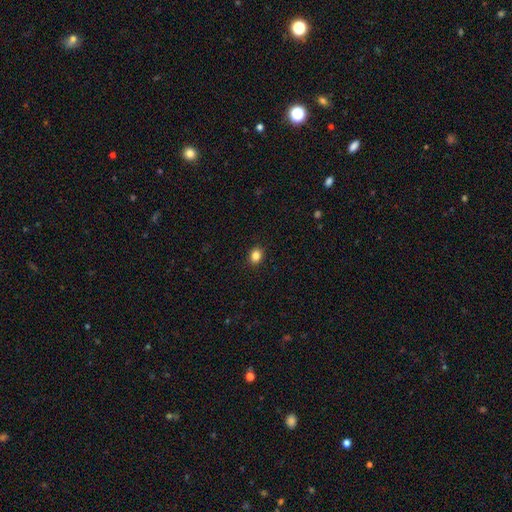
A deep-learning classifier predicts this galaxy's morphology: Smooth or featured: smooth — 85% (star or artifact — 10%)
How rounded: in between — 50% (round — 49%)
Merging: none — 91% (minor disturbance — 7%)